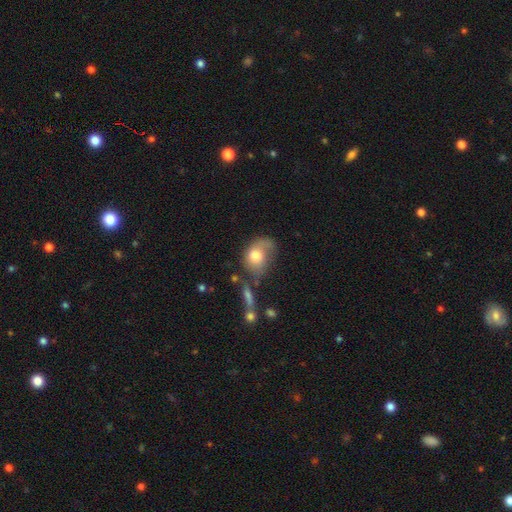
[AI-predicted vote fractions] This appears to be a smooth galaxy with no disk features (61%) that is in between round and cigar-shaped (68%). Merging: major disturbance (34%).